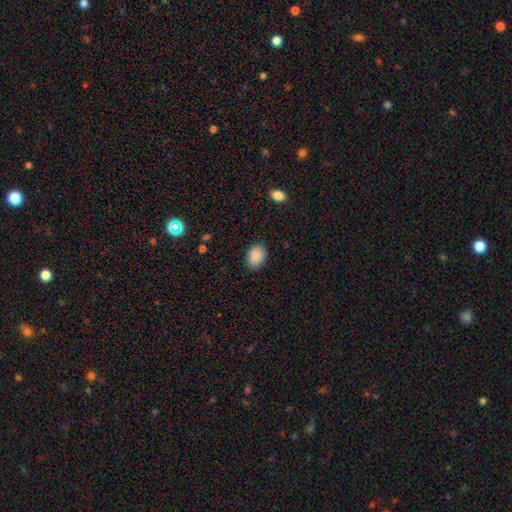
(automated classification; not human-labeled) Overall: smooth (89%). How rounded: in between (76%). Merging: none (85%).